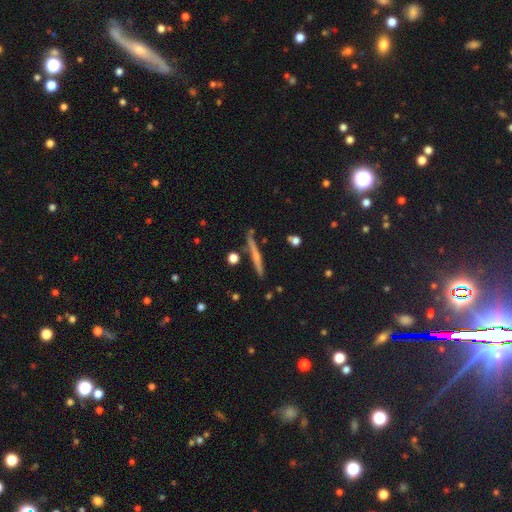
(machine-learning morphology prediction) This is possibly a featured or disk galaxy (52%). It is clearly viewed edge-on (96%). Merging: clearly none (83%).